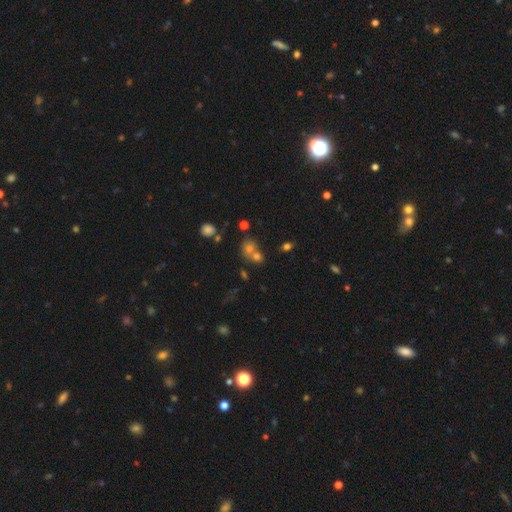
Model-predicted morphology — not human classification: Smooth or featured? smooth (60%)
How rounded? round (73%)
Merging? merger (45%)